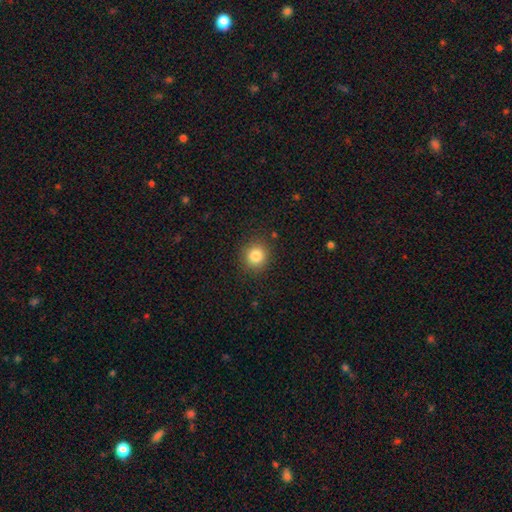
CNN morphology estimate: Smooth or featured? smooth (84%)
How rounded? round (89%)
Merging? none (89%)